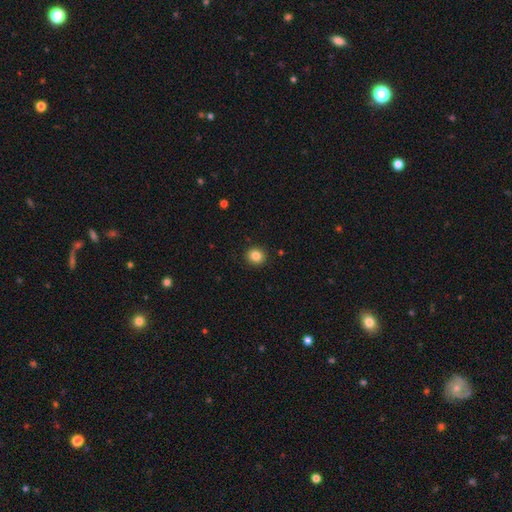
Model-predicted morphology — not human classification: Smooth or featured: smooth — 84% (star or artifact — 11%)
How rounded: round — 87% (in between — 12%)
Merging: none — 91% (minor disturbance — 6%)